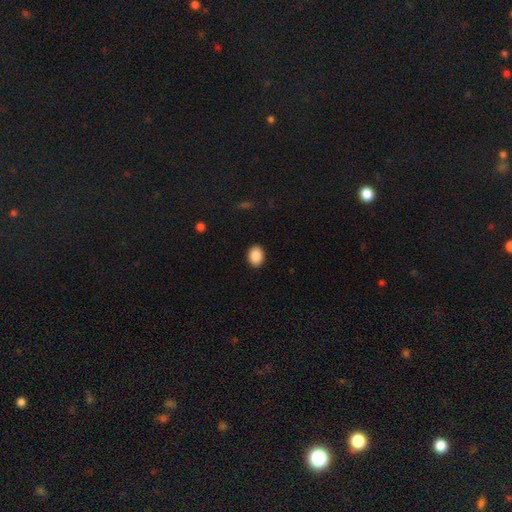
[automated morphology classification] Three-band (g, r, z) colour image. It shows a smooth galaxy with no disk features (89%) that is in between round and cigar-shaped (61%). Merging: none (91%).